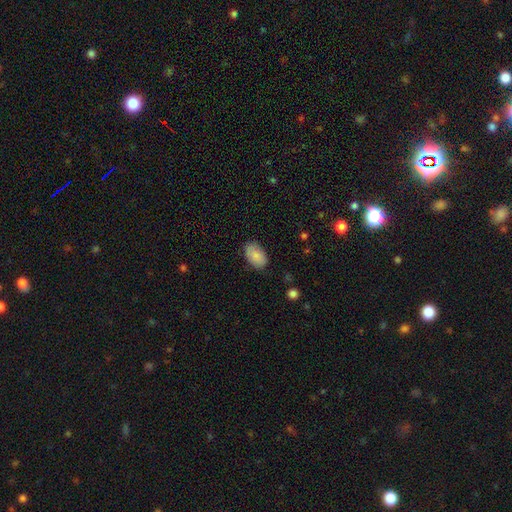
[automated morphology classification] Overall: smooth (86%). How rounded: in between (92%). Merging: none (80%).